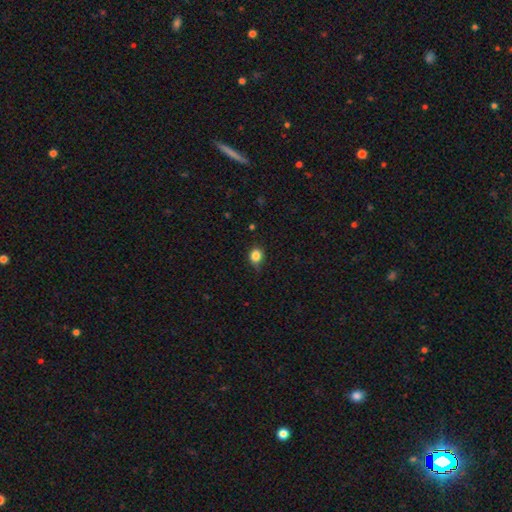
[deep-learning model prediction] Smooth or featured: smooth — 84% (star or artifact — 11%)
How rounded: round — 70% (in between — 29%)
Merging: none — 71% (minor disturbance — 24%)